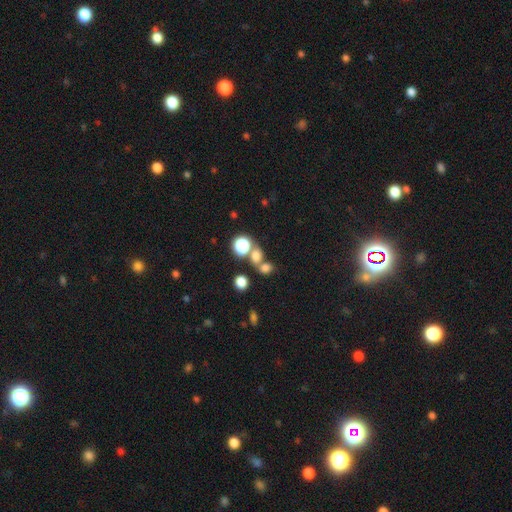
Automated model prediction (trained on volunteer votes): smooth 67%, star or artifact 24%, featured or disk 9%. Down the decision tree: how rounded — round (60%); merging — none (48%).